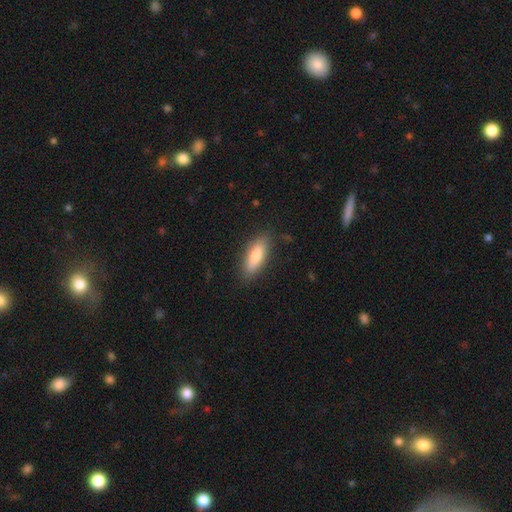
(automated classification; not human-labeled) Q: Smooth or featured?
A: smooth (77%); runner-up: featured or disk (17%)
Q: How rounded?
A: in between (61%); runner-up: cigar-shaped (37%)
Q: Merging?
A: none (84%); runner-up: minor disturbance (12%)